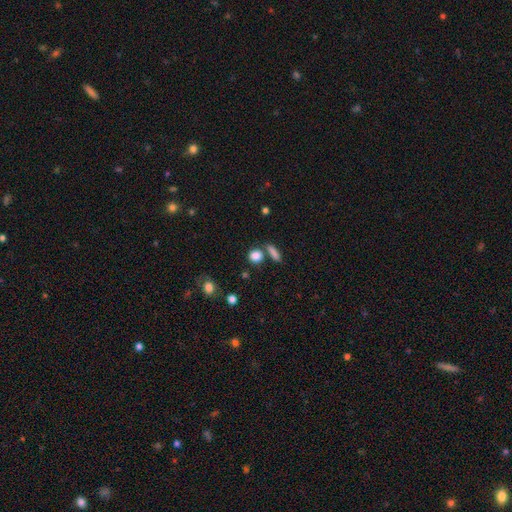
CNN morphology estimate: Smooth or featured?
  - smooth: 84% *
  - star or artifact: 10%
  - featured or disk: 5%
How rounded?
  - round: 70% *
  - in between: 23%
  - cigar-shaped: 7%
Merging?
  - none: 68% *
  - merger: 18%
  - minor disturbance: 10%
  - major disturbance: 4%